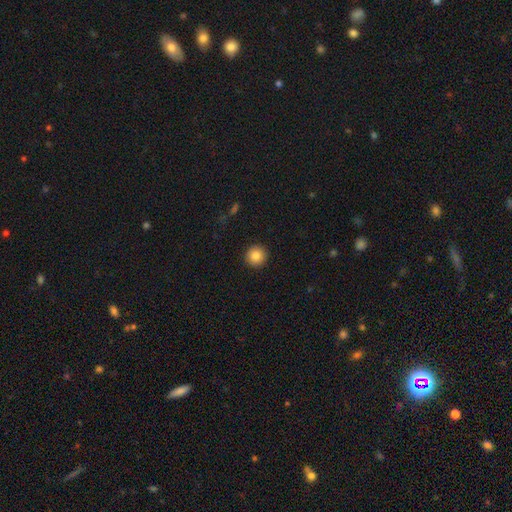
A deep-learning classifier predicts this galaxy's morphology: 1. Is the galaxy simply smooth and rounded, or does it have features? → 86% smooth, 9% star or artifact, 5% featured or disk.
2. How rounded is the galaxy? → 95% round, 4% in between, 1% cigar-shaped.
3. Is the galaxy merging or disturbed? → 92% none, 5% minor disturbance, 2% major disturbance, 1% merger.